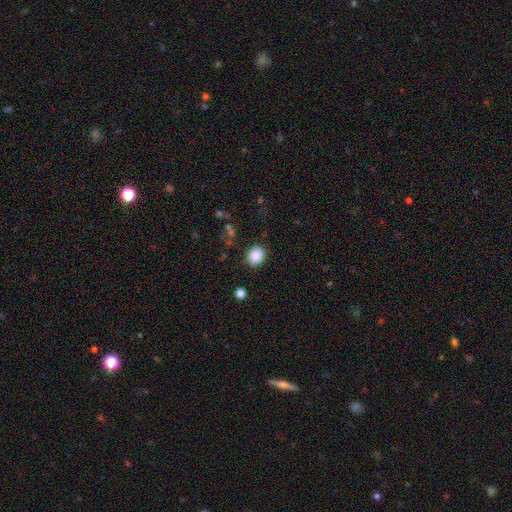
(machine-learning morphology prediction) This appears to be a smooth galaxy with no disk features (88%) that is round (64%). Merging: none (84%).